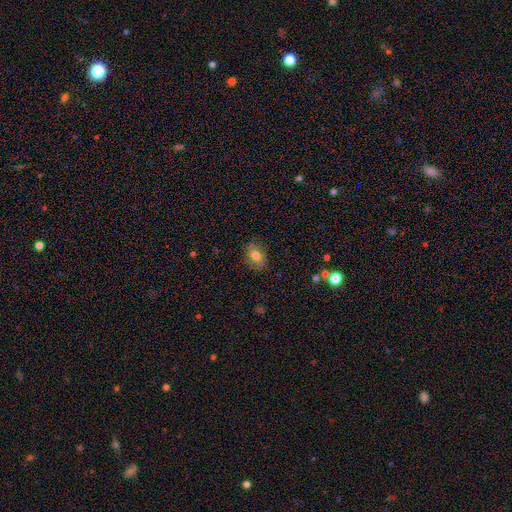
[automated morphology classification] smooth-or-featured: smooth: 71% | featured or disk: 19% | star or artifact: 10%
  how-rounded: in between: 72% | round: 27% | cigar-shaped: 1%
  merging: none: 83% | minor disturbance: 13% | major disturbance: 3% | merger: 1%